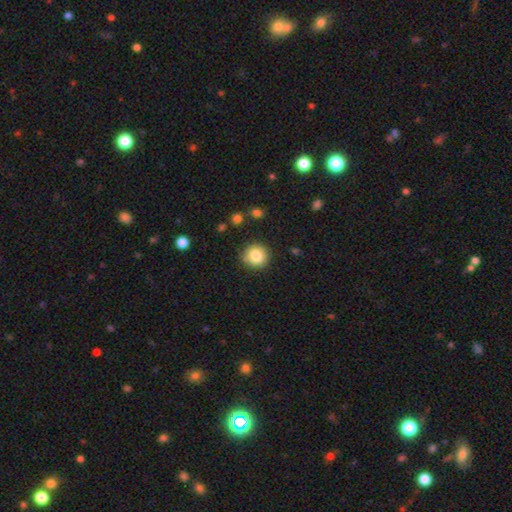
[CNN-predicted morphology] Smooth or featured: smooth — 83% (star or artifact — 10%)
How rounded: round — 92% (in between — 8%)
Merging: none — 85% (minor disturbance — 10%)